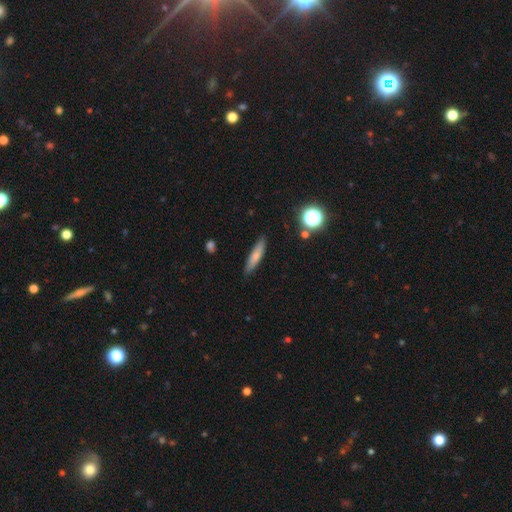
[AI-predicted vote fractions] A smooth galaxy with no disk features (71%) that is cigar-shaped (83%). Merging: none (86%).